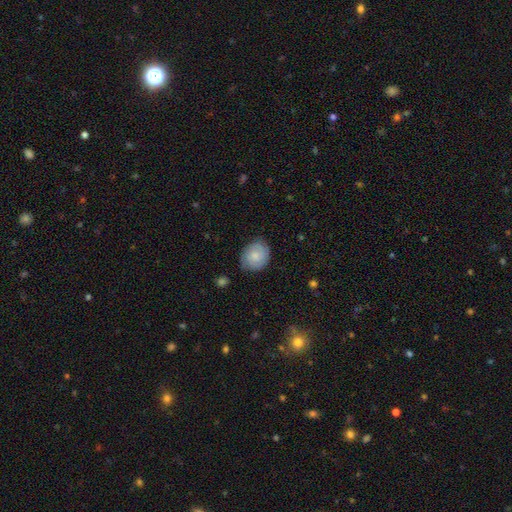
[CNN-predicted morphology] Smooth or featured? featured or disk (49%)
Merging? none (76%)